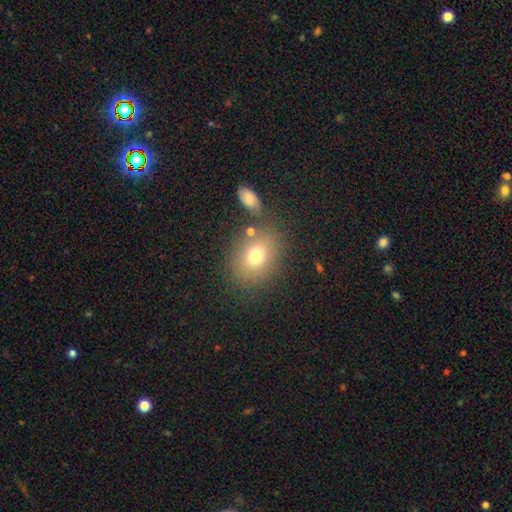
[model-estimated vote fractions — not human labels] Smooth or featured? Predicted: smooth (p=0.74). How rounded? Predicted: in between (p=0.52). Merging? Predicted: none (p=0.74).